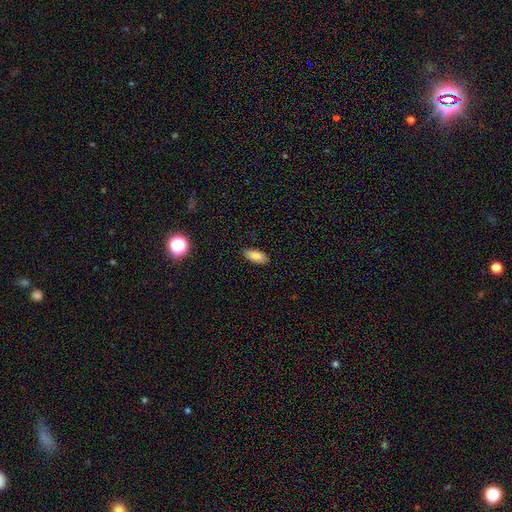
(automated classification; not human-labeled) Overall: smooth (80%). How rounded: in between (92%). Merging: none (87%).